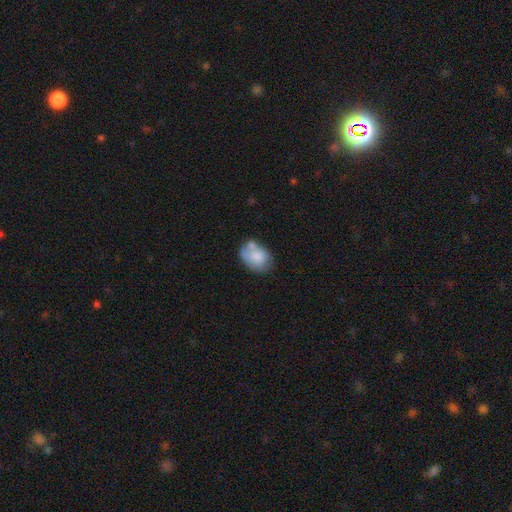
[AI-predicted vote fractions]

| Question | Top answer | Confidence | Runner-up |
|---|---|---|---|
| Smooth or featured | smooth | 75% | featured or disk (18%) |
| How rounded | in between | 74% | round (25%) |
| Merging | none | 47% | minor disturbance (24%) |